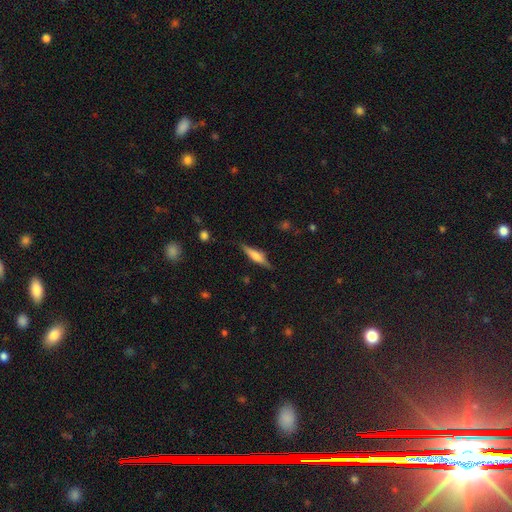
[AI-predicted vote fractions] smooth_or_featured: featured or disk (p=0.54) [alt: smooth p=0.39]
disk_edge_on: yes (p=0.96) [alt: no p=0.04]
edge_on_bulge: rounded (p=0.64) [alt: boxy p=0.28]
merging: none (p=0.84) [alt: minor disturbance p=0.12]